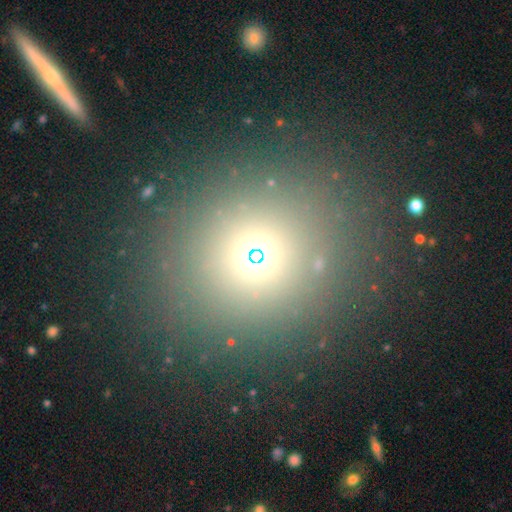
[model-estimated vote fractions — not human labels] smooth 60%, star or artifact 32%, featured or disk 9%. Down the decision tree: how rounded — round (82%); merging — none (85%).